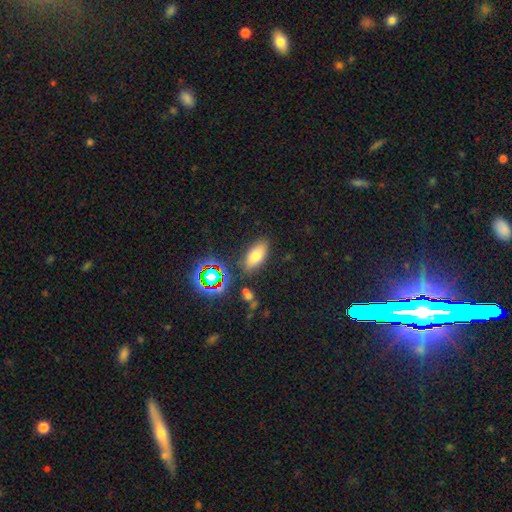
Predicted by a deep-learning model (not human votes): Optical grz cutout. It shows a smooth galaxy with no disk features (70%) that is in between round and cigar-shaped (86%). Merging: none (83%).